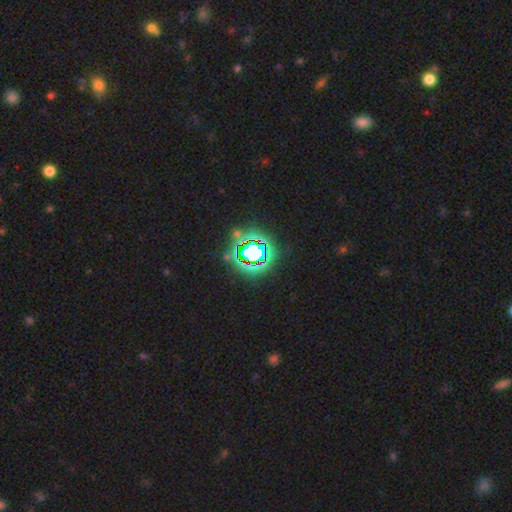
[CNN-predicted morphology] smooth-or-featured: star or artifact: 78% | smooth: 14% | featured or disk: 8%